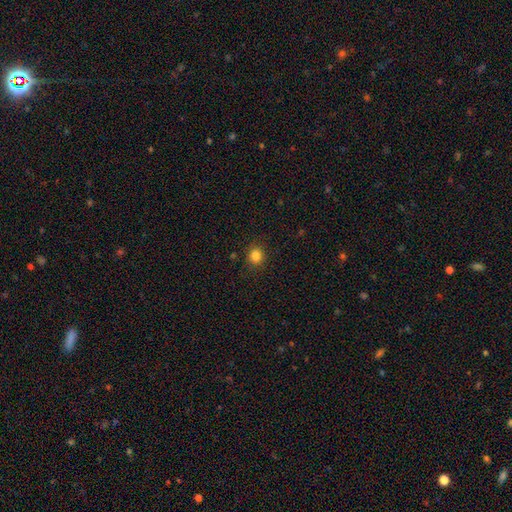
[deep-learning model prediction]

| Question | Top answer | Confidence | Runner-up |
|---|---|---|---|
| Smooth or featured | smooth | 84% | star or artifact (12%) |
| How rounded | round | 85% | in between (14%) |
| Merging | none | 89% | minor disturbance (8%) |